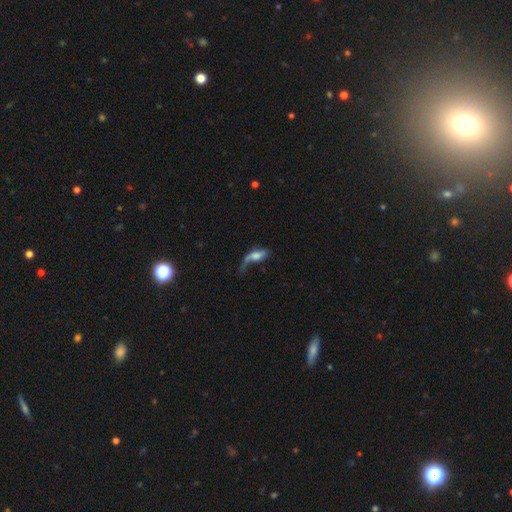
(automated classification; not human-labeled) Overall: smooth (46%; featured or disk 44%). Merging: major disturbance (48%; none 25%).